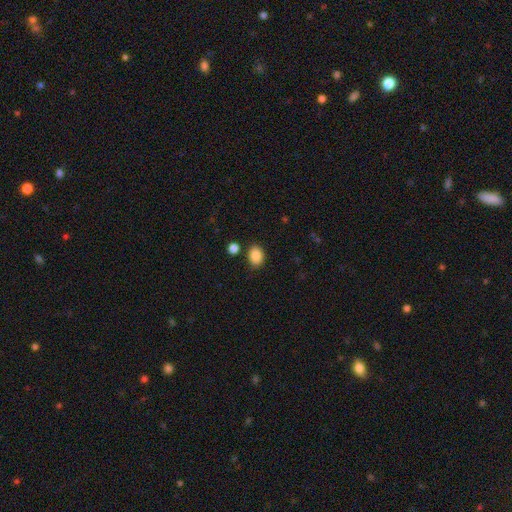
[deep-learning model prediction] Overall: smooth (87%). How rounded: in between (65%; round 34%). Merging: none (79%).